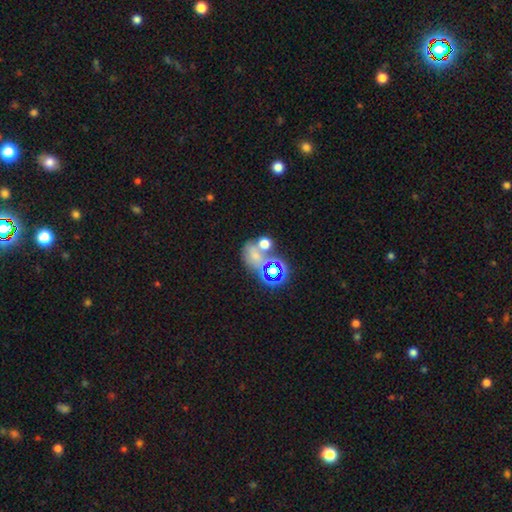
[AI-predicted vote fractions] Smooth or featured: smooth — 47% (star or artifact — 32%)
Merging: merger — 40% (none — 36%)